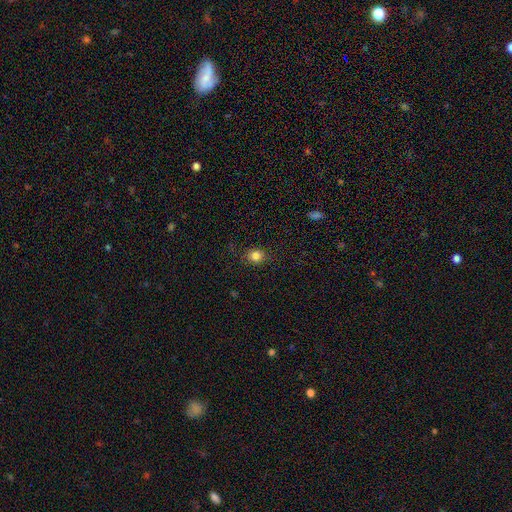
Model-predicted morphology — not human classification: Smooth or featured: smooth — 83% (star or artifact — 12%)
How rounded: round — 71% (in between — 28%)
Merging: none — 86% (minor disturbance — 11%)